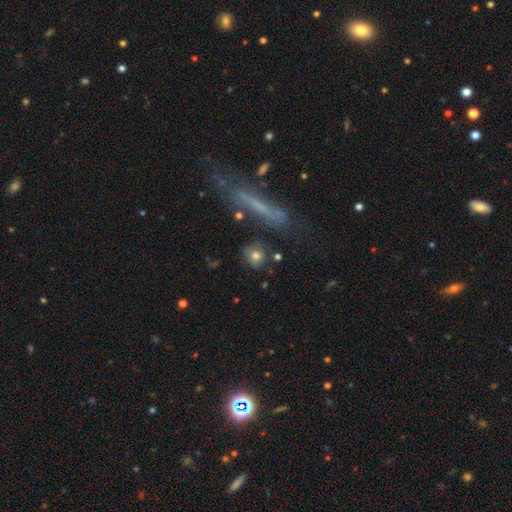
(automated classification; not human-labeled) The model was most divided on "merging": none: 67%, minor disturbance: 16%, merger: 9%, major disturbance: 8%. More confident: how rounded — round (73%); smooth or featured — smooth (70%).